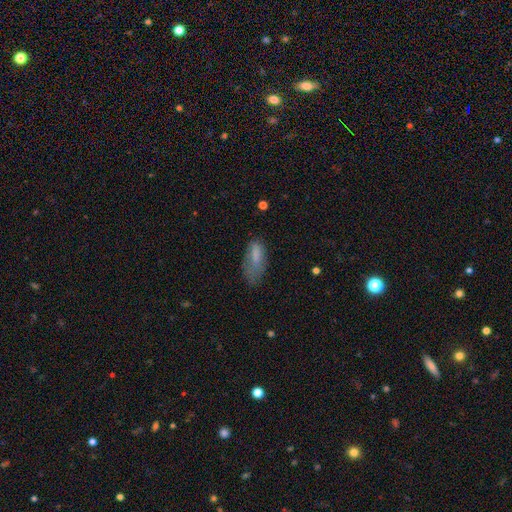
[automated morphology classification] Smooth or featured: smooth — 75% (featured or disk — 16%)
How rounded: in between — 77% (cigar-shaped — 21%)
Merging: none — 39% (minor disturbance — 33%)